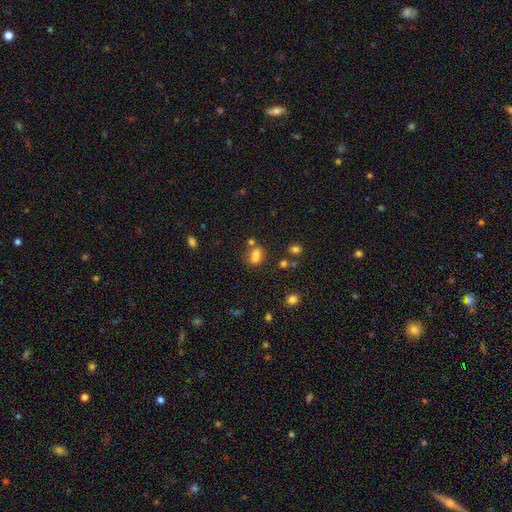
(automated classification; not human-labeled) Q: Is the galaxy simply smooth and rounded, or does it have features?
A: smooth — 70%.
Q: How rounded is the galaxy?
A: in between — 54%.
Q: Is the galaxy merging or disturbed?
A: merger — 47%.